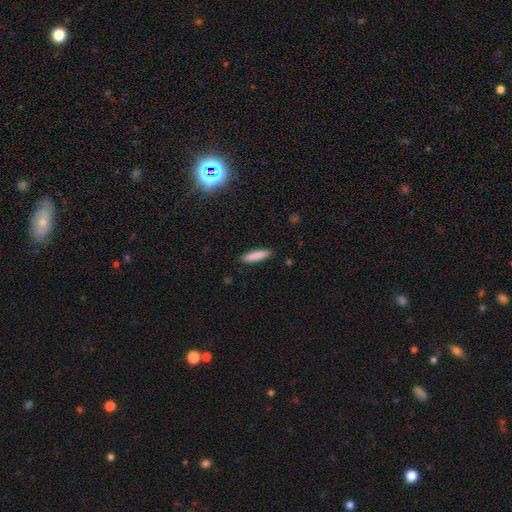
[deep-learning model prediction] A smooth galaxy with no disk features (85%) that is cigar-shaped (79%).

Vote fractions:
- Smooth or featured? smooth: 85% / featured or disk: 8% / star or artifact: 7%
- How rounded? cigar-shaped: 79% / in between: 19% / round: 1%
- Merging? none: 89% / minor disturbance: 8% / major disturbance: 2% / merger: 1%